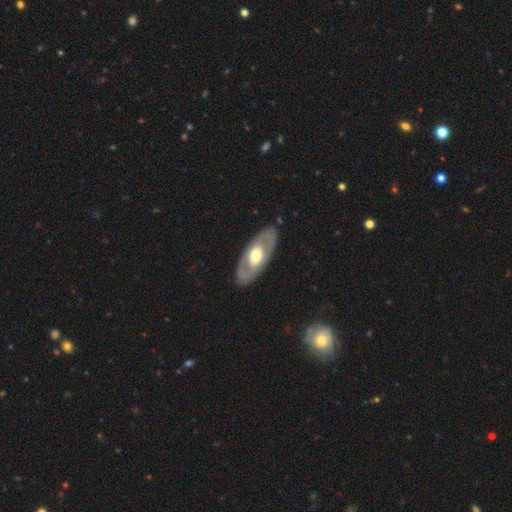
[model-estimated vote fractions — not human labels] Smooth or featured?
  - featured or disk: 61% *
  - smooth: 35%
  - star or artifact: 4%
Edge-on disk?
  - no: 84% *
  - yes: 16%
Bar?
  - no: 77% *
  - weak: 16%
  - strong: 7%
Spiral arms?
  - no: 79% *
  - yes: 21%
Bulge size?
  - moderate: 57% *
  - large: 34%
  - small: 6%
  - dominant: 2%
  - none: 1%
Merging?
  - none: 86% *
  - minor disturbance: 10%
  - major disturbance: 4%
  - merger: 1%